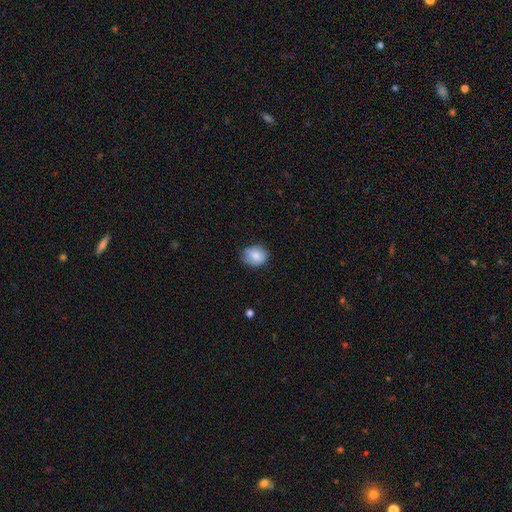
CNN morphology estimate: A smooth galaxy with no disk features (82%) that is round (59%).

Vote fractions:
- Smooth or featured? smooth: 82% / featured or disk: 11% / star or artifact: 8%
- How rounded? round: 59% / in between: 40% / cigar-shaped: 1%
- Merging? none: 77% / minor disturbance: 18% / major disturbance: 4% / merger: 1%